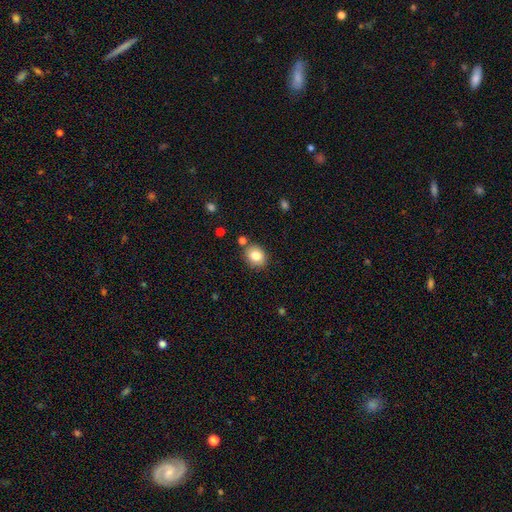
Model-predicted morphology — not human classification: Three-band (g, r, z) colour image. It shows a smooth galaxy with no disk features (82%) that is round (54%). Merging: none (81%).